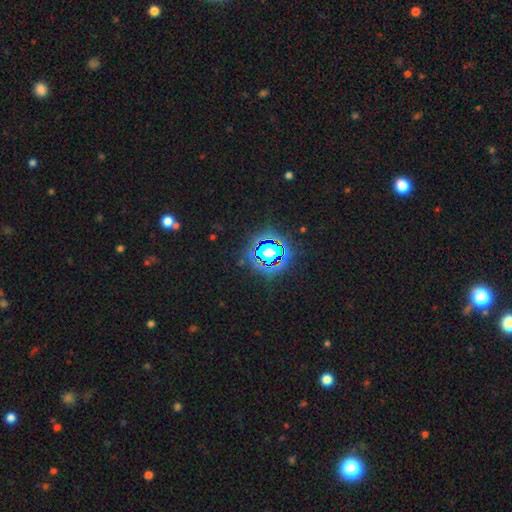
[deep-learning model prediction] smooth-or-featured: star or artifact: 82% | smooth: 11% | featured or disk: 7%